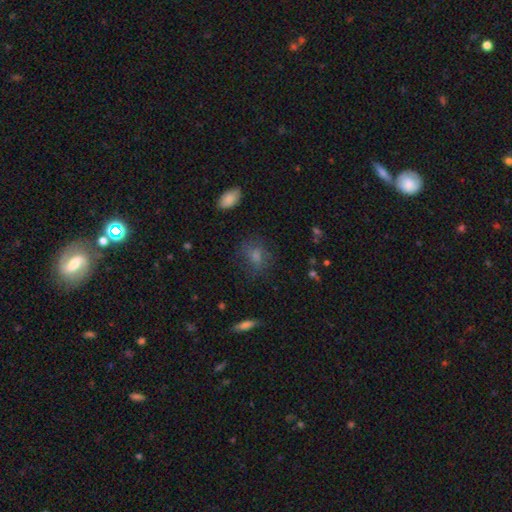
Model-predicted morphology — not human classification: smooth_or_featured: smooth (p=0.66) [alt: featured or disk p=0.19]
how_rounded: in between (p=0.53) [alt: round p=0.44]
merging: none (p=0.65) [alt: minor disturbance p=0.20]